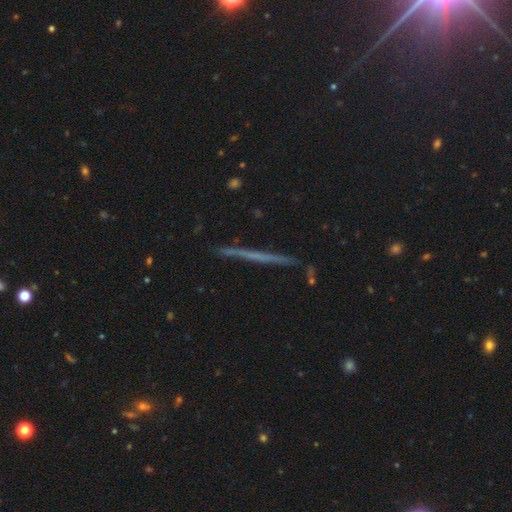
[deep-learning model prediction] Overall: featured or disk (57%; smooth 32%). Edge-on disk: yes (96%). Edge-on bulge: none (84%). Merging: none (89%).